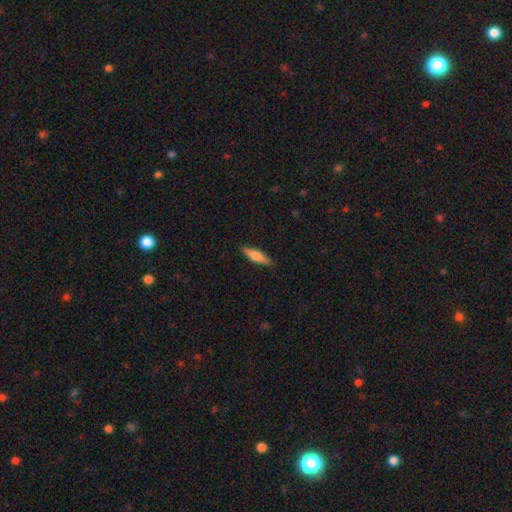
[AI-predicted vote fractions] Smooth or featured: smooth — 64% (featured or disk — 30%)
How rounded: cigar-shaped — 69% (in between — 29%)
Merging: none — 89% (minor disturbance — 8%)